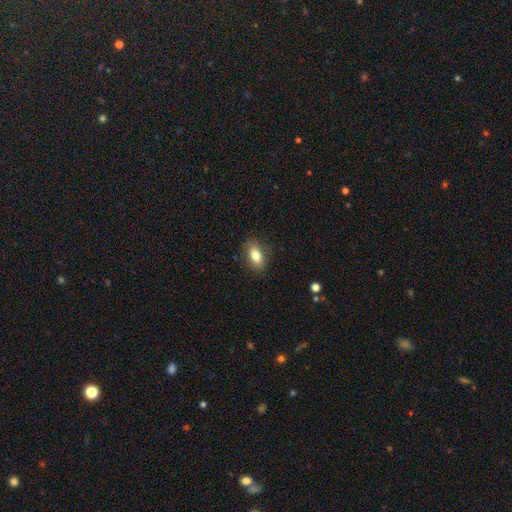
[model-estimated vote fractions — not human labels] This appears to be a smooth galaxy with no disk features (80%) that is in between round and cigar-shaped (86%). Merging: none (85%).